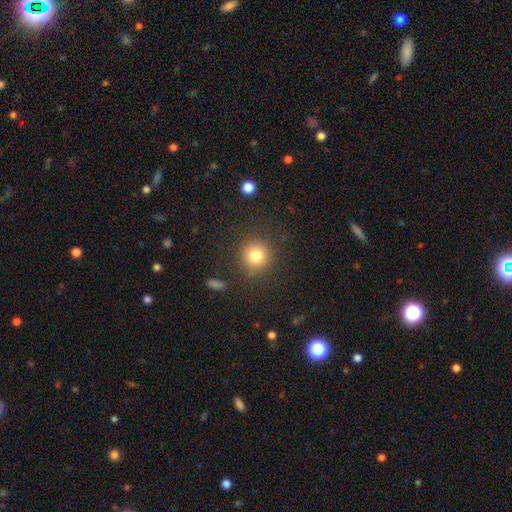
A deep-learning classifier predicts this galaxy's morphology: Smooth or featured?
  - smooth: 80% *
  - star or artifact: 12%
  - featured or disk: 8%
How rounded?
  - round: 92% *
  - in between: 7%
  - cigar-shaped: 1%
Merging?
  - none: 86% *
  - minor disturbance: 9%
  - major disturbance: 4%
  - merger: 2%